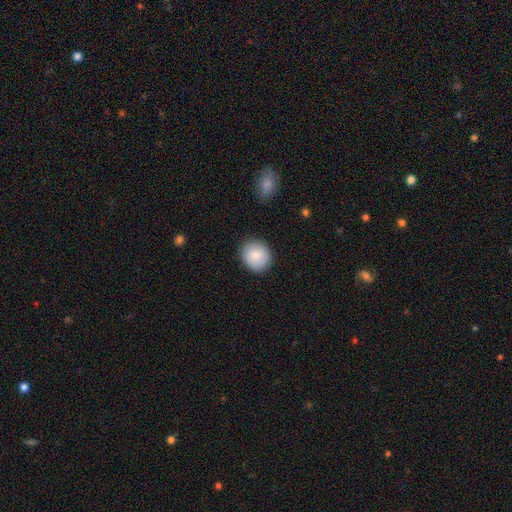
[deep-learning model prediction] This appears to be a smooth galaxy with no disk features (82%) that is round (83%). Merging: none (89%).